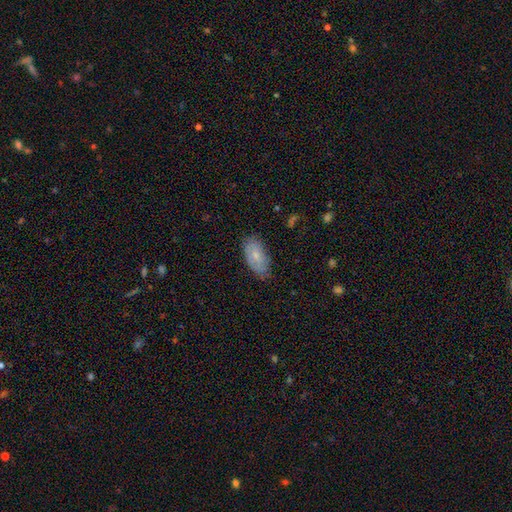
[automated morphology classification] Smooth or featured: smooth — 65% (featured or disk — 28%)
How rounded: in between — 93% (cigar-shaped — 4%)
Merging: none — 74% (minor disturbance — 21%)